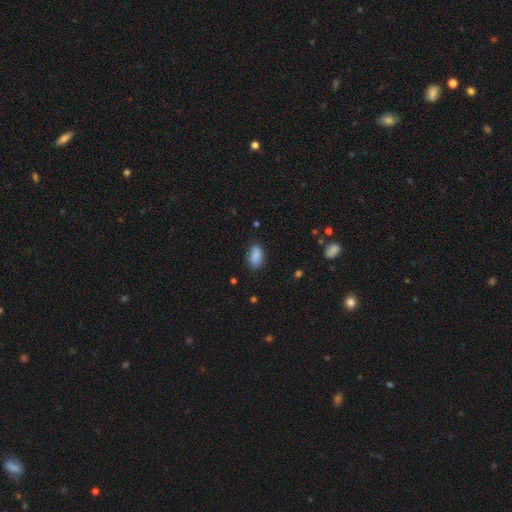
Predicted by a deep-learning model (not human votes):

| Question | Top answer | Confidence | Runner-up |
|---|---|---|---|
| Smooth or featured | smooth | 87% | star or artifact (8%) |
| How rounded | in between | 91% | round (5%) |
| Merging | none | 75% | minor disturbance (19%) |